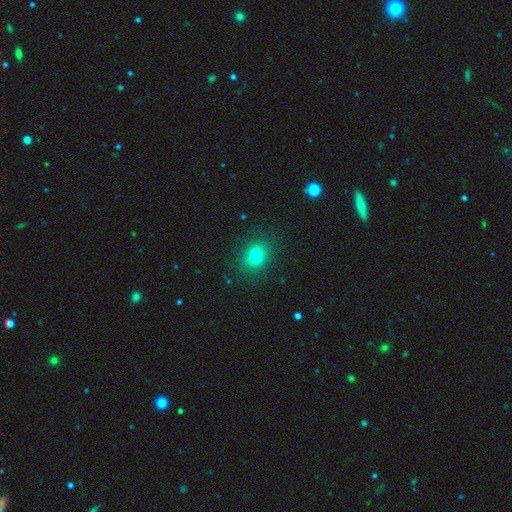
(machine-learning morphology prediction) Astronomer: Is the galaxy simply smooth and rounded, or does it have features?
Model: smooth — 77%.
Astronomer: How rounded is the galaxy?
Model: round — 52% (runner-up: in between, 46%).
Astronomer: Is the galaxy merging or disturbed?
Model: none — 87%.